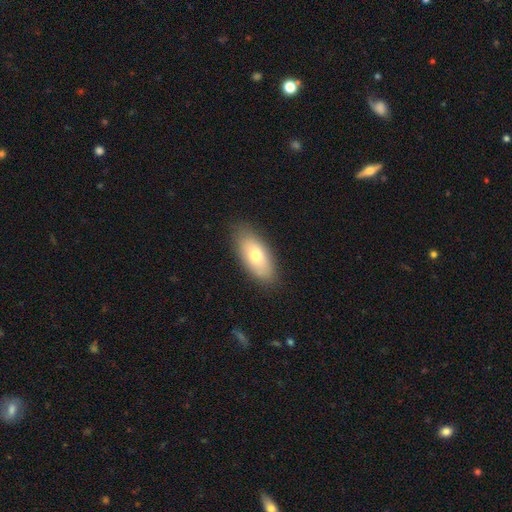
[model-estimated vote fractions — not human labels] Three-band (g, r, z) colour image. It shows a smooth galaxy with no disk features (70%) that is in between round and cigar-shaped (88%). Merging: none (85%).